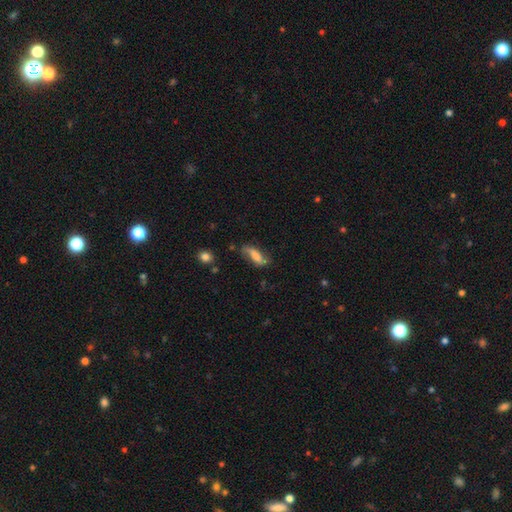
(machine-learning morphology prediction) Overall: featured or disk (50%; smooth 42%). Merging: none (65%).